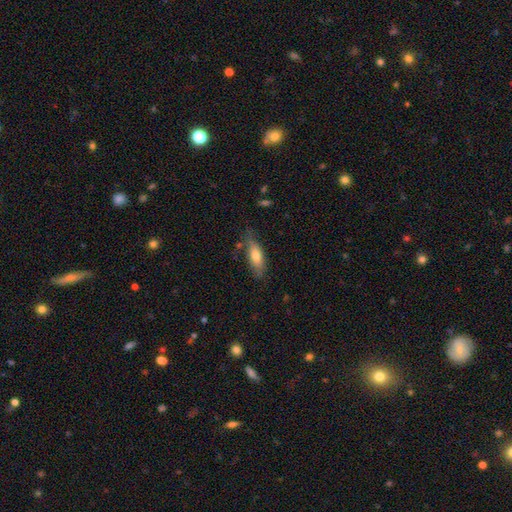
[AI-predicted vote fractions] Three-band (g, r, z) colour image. It shows a smooth galaxy with no disk features (70%) that is in between round and cigar-shaped (63%). Merging: none (67%).